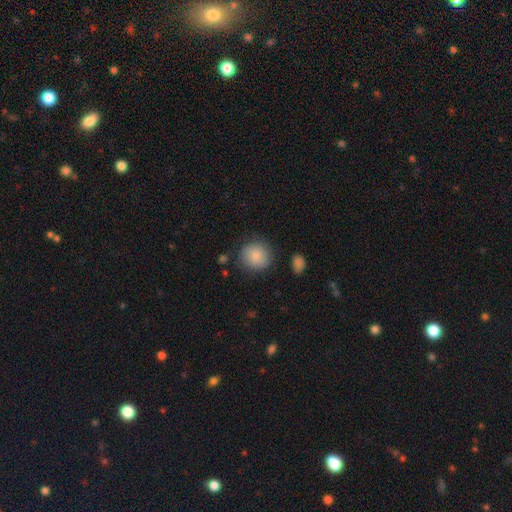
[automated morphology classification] A smooth galaxy with no disk features (86%) that is round (89%).

Vote fractions:
- Smooth or featured? smooth: 86% / star or artifact: 7% / featured or disk: 6%
- How rounded? round: 89% / in between: 10% / cigar-shaped: 1%
- Merging? none: 80% / minor disturbance: 13% / major disturbance: 4% / merger: 3%